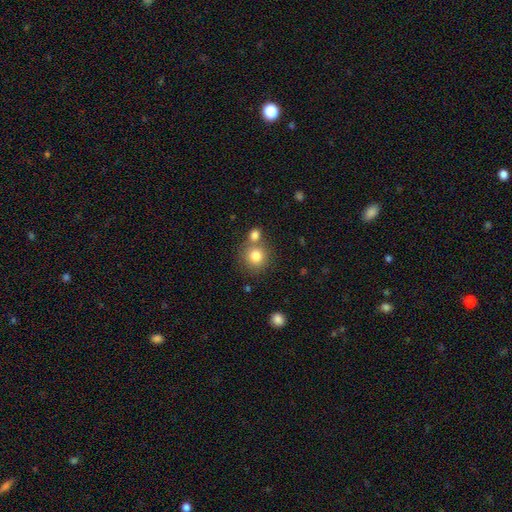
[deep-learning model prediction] Morphology: type=smooth (81%); roundness=round (90%); merging=none (62%).